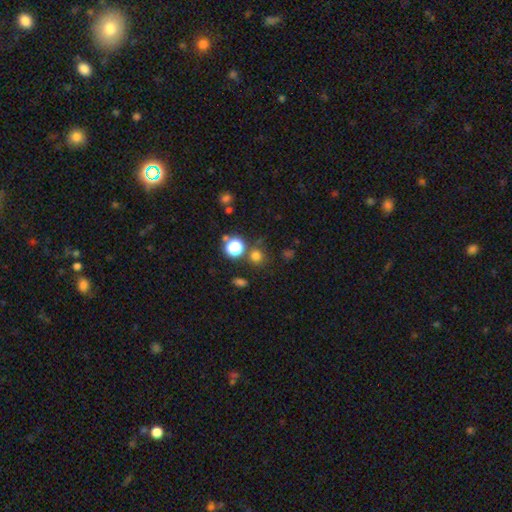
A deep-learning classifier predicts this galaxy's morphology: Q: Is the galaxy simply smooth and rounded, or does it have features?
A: smooth — 71%.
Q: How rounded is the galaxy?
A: round — 90%.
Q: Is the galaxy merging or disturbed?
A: none — 79%.